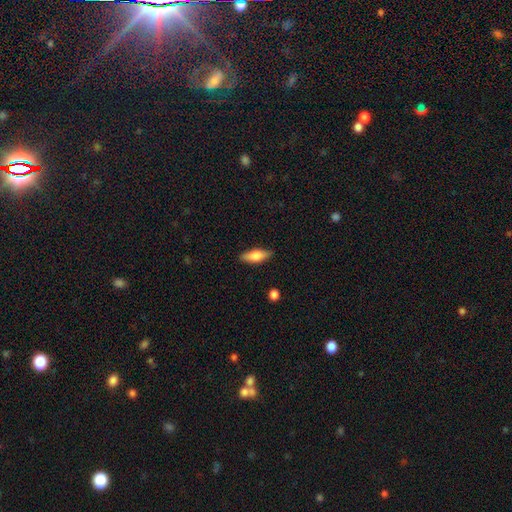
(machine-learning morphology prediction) Smooth or featured? smooth (68%)
How rounded? in between (63%)
Merging? none (85%)